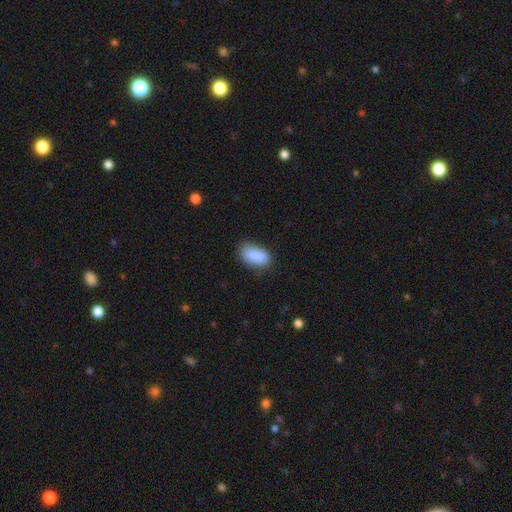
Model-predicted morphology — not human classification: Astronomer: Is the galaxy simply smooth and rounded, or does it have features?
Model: smooth — 89%.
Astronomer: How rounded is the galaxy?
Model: in between — 93%.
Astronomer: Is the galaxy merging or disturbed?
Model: none — 75%.